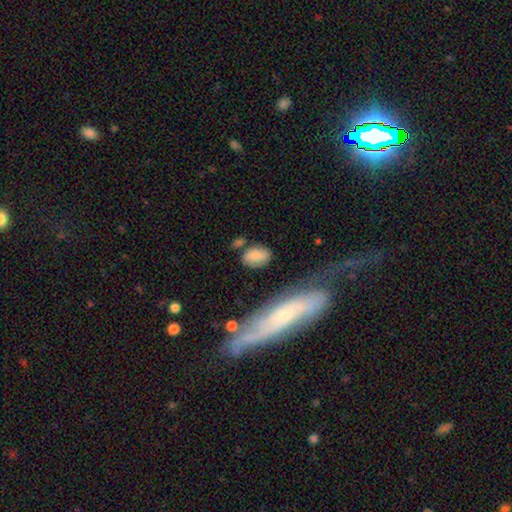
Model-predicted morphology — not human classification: Q: Smooth or featured?
A: smooth (78%); runner-up: featured or disk (14%)
Q: How rounded?
A: in between (82%); runner-up: round (15%)
Q: Merging?
A: none (72%); runner-up: minor disturbance (16%)